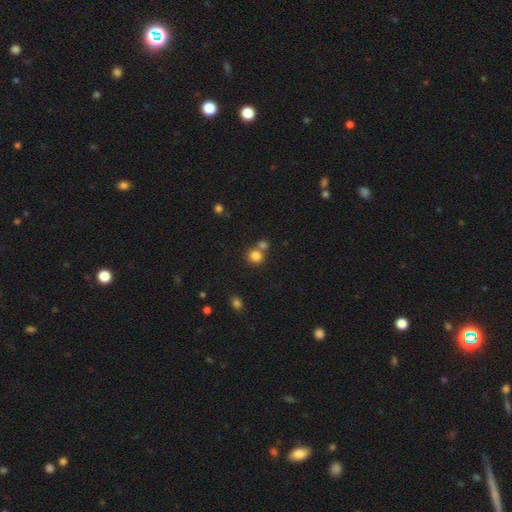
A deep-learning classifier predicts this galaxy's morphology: A smooth galaxy with no disk features (82%) that is round (85%). Merging: none (56%).